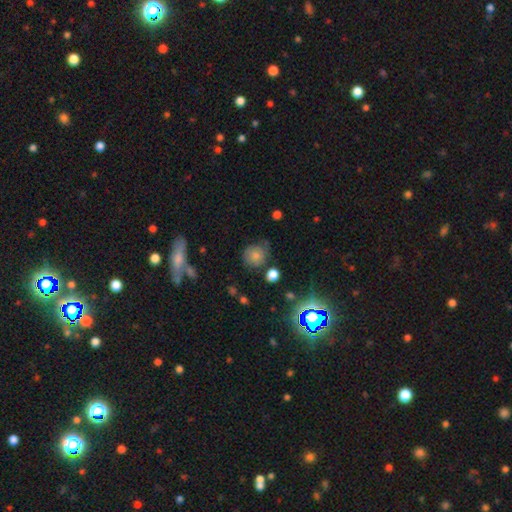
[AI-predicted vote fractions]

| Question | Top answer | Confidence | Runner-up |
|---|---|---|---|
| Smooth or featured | smooth | 69% | featured or disk (16%) |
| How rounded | round | 81% | in between (17%) |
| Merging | none | 64% | minor disturbance (23%) |